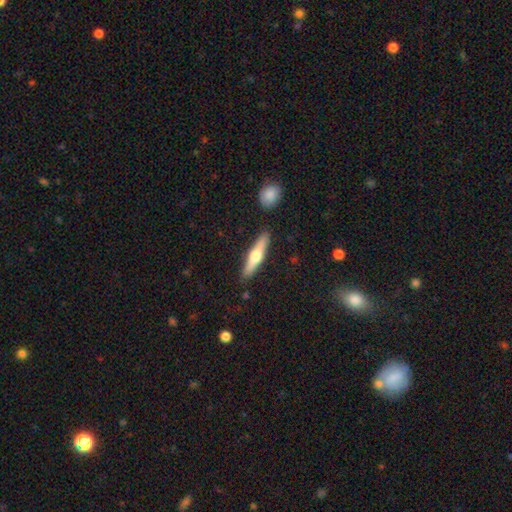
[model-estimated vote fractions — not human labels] This is possibly a featured or disk galaxy (52%). It is clearly viewed edge-on (94%). Merging: clearly none (86%).